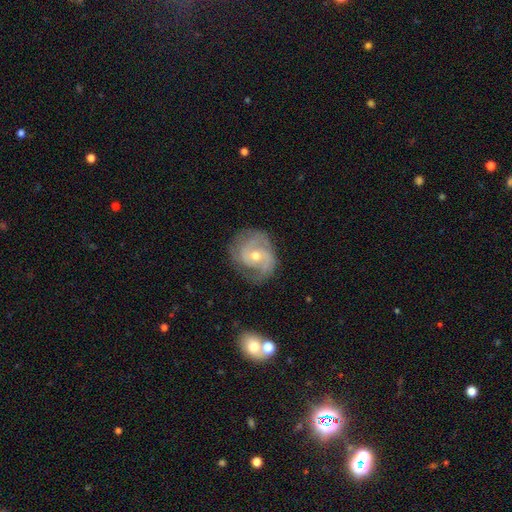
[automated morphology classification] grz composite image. It shows a featured or disk galaxy (86%) with no bar (61%), 2 (50%) tight (46%) spiral arms (96%) and a moderate central bulge (56%). Merging: none (70%).